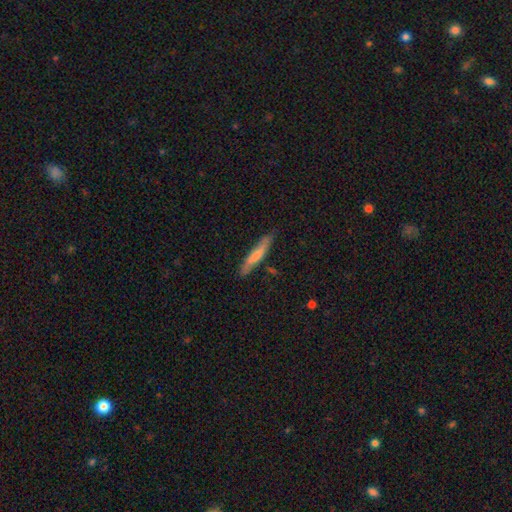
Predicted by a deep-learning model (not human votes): Smooth or featured?
  - smooth: 66% *
  - featured or disk: 29%
  - star or artifact: 6%
How rounded?
  - cigar-shaped: 92% *
  - in between: 7%
  - round: 1%
Merging?
  - none: 78% *
  - minor disturbance: 16%
  - major disturbance: 3%
  - merger: 2%